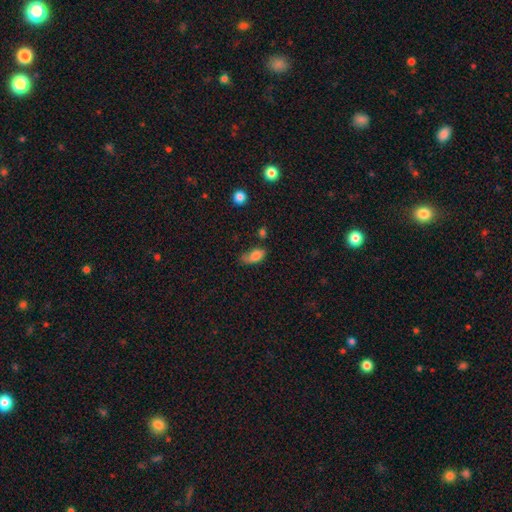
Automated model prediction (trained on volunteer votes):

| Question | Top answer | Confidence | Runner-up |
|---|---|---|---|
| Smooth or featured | smooth | 79% | featured or disk (13%) |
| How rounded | in between | 89% | cigar-shaped (7%) |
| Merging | none | 44% | minor disturbance (35%) |